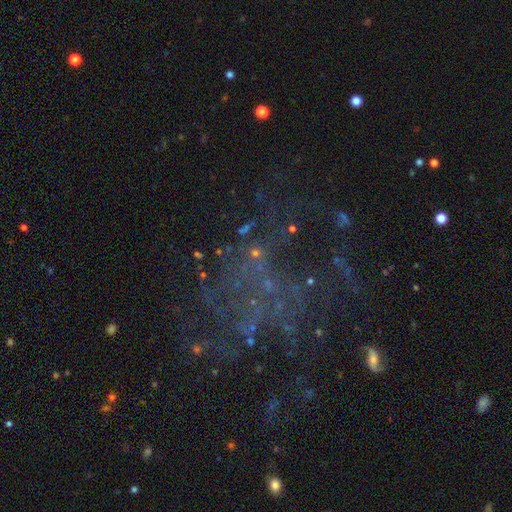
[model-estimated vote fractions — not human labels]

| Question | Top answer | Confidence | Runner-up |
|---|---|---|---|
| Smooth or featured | star or artifact | 42% | featured or disk (40%) |